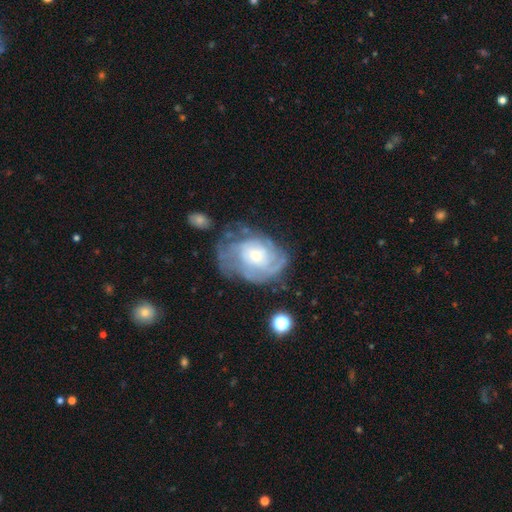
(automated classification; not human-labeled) smooth_or_featured: featured or disk (p=0.77) [alt: smooth p=0.16]
disk_edge_on: no (p=0.97) [alt: yes p=0.03]
bar: no (p=0.76) [alt: weak p=0.21]
has_spiral_arms: yes (p=0.88) [alt: no p=0.12]
spiral_winding: tight (p=0.60) [alt: medium p=0.29]
spiral_arm_count: can't tell (p=0.49) [alt: 3 p=0.15]
bulge_size: small (p=0.61) [alt: moderate p=0.32]
merging: none (p=0.57) [alt: minor disturbance p=0.23]